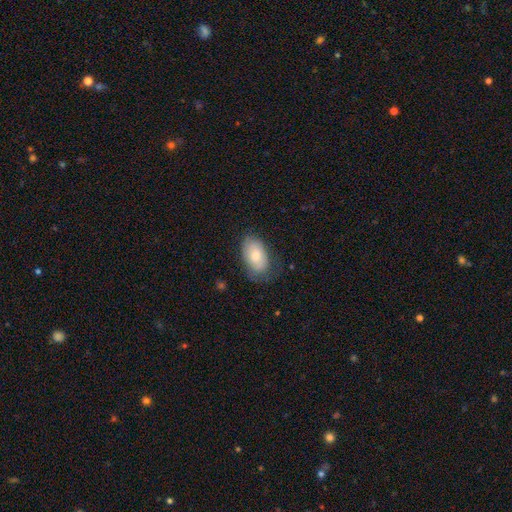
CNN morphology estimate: This is likely a smooth galaxy (68%). How rounded: clearly in between (91%). Merging: likely none (63%).